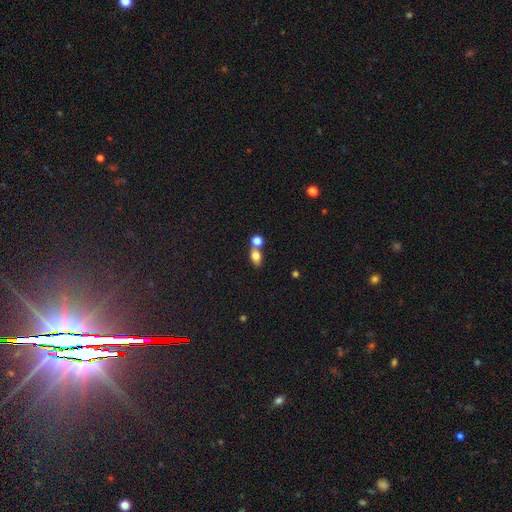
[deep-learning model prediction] Overall: smooth (78%). How rounded: in between (72%). Merging: none (46%; merger 41%).